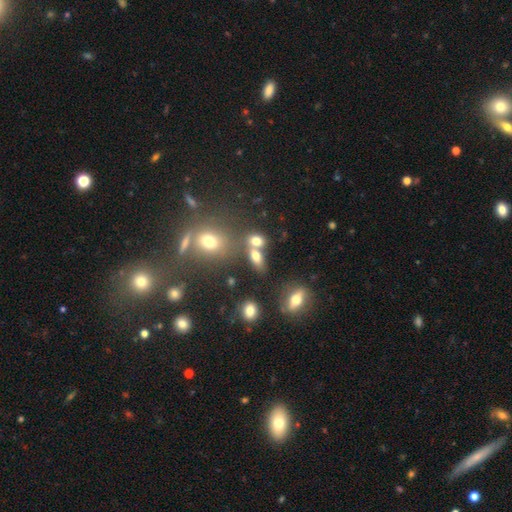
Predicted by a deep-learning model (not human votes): smooth_or_featured: smooth (p=0.70) [alt: featured or disk p=0.15]
how_rounded: in between (p=0.73) [alt: round p=0.21]
merging: none (p=0.48) [alt: merger p=0.36]